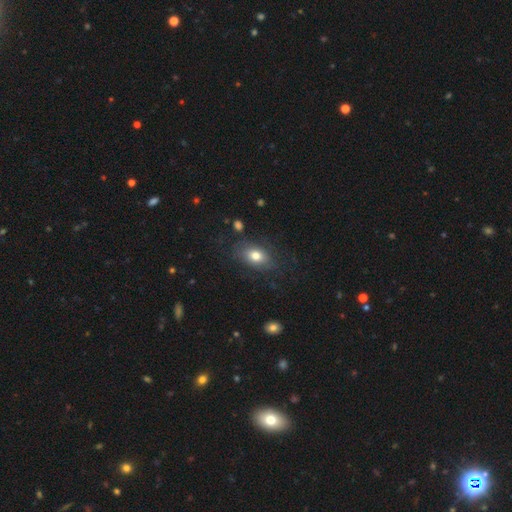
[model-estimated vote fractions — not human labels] Smooth or featured?
  - smooth: 76% *
  - featured or disk: 15%
  - star or artifact: 9%
How rounded?
  - in between: 83% *
  - round: 15%
  - cigar-shaped: 3%
Merging?
  - none: 77% *
  - minor disturbance: 15%
  - major disturbance: 6%
  - merger: 2%